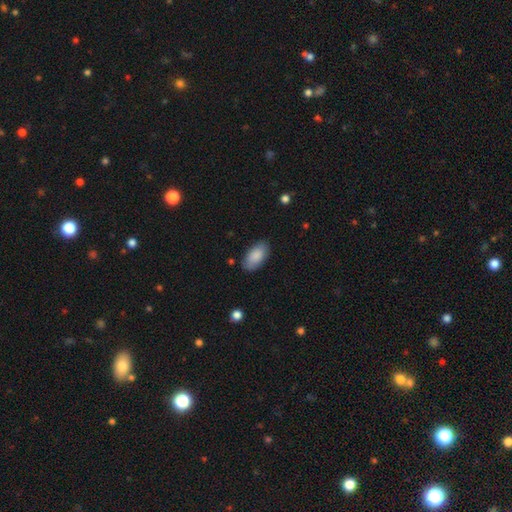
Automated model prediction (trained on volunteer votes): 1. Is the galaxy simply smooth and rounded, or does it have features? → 88% smooth, 6% featured or disk, 6% star or artifact.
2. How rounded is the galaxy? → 94% in between, 4% cigar-shaped, 2% round.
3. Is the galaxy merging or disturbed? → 84% none, 12% minor disturbance, 3% major disturbance, 1% merger.